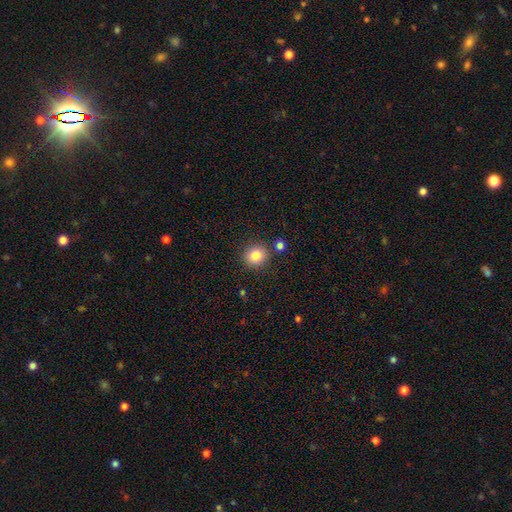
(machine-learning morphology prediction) A smooth galaxy with no disk features (83%) that is round (86%). Merging: none (84%).